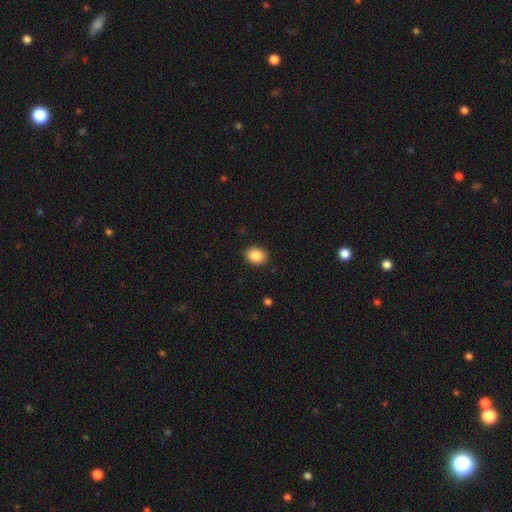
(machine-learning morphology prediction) smooth_or_featured: smooth (p=0.87) [alt: star or artifact p=0.09]
how_rounded: in between (p=0.56) [alt: round p=0.43]
merging: none (p=0.89) [alt: minor disturbance p=0.08]